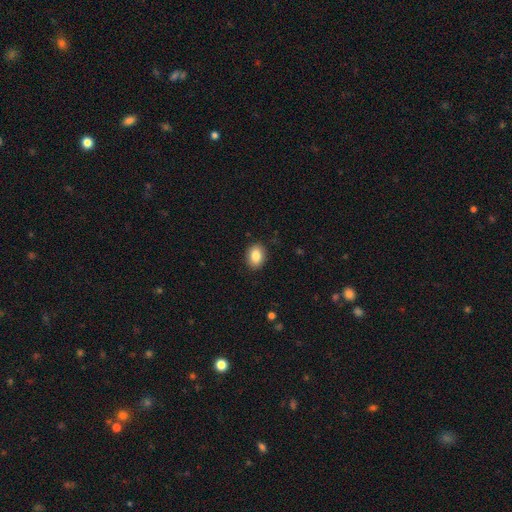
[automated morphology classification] This is clearly a smooth galaxy (85%). How rounded: likely in between (66%). Merging: clearly none (89%).